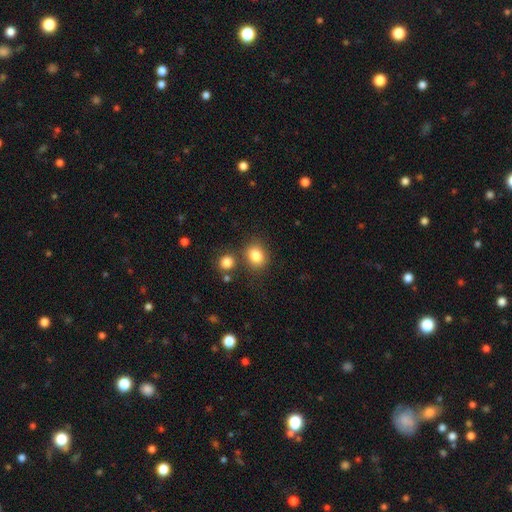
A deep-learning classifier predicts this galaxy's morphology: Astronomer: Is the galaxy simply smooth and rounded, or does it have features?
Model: smooth — 84%.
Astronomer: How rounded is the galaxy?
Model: round — 57% (runner-up: in between, 42%).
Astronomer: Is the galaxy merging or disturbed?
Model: none — 73%.